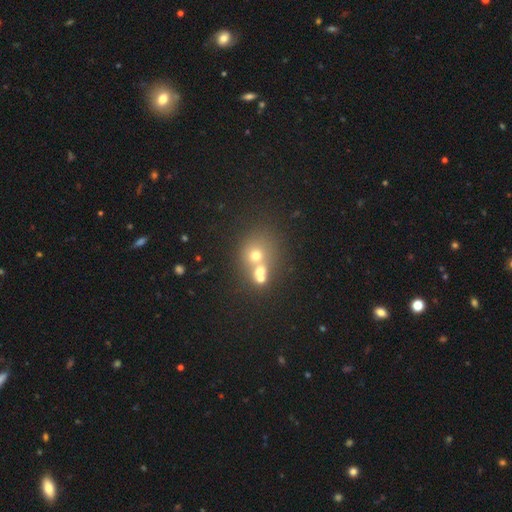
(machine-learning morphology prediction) Smooth or featured: smooth — 62% (featured or disk — 21%)
How rounded: round — 74% (in between — 25%)
Merging: merger — 60% (none — 30%)